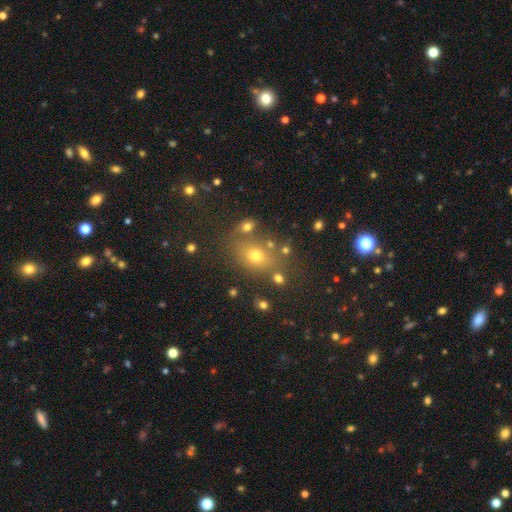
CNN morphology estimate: A smooth galaxy with no disk features (65%) that is in between round and cigar-shaped (56%). Merging: none (68%).